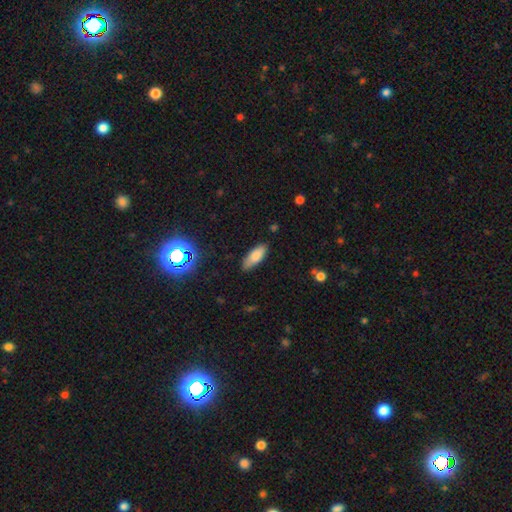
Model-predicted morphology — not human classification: This appears to be a smooth galaxy with no disk features (80%) that is in between round and cigar-shaped (73%). Merging: none (83%).